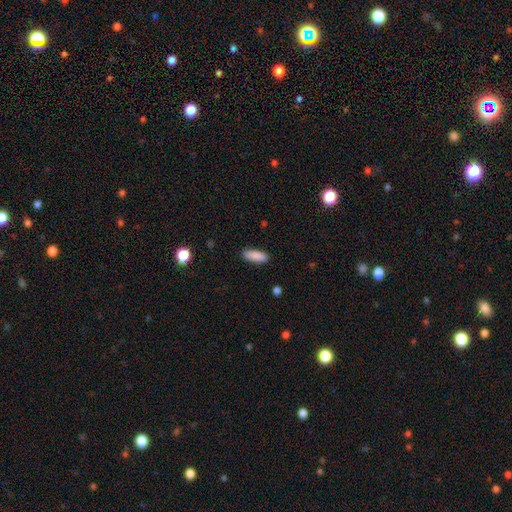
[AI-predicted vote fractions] Morphology: type=smooth (88%); roundness=in between (66%); merging=none (88%).